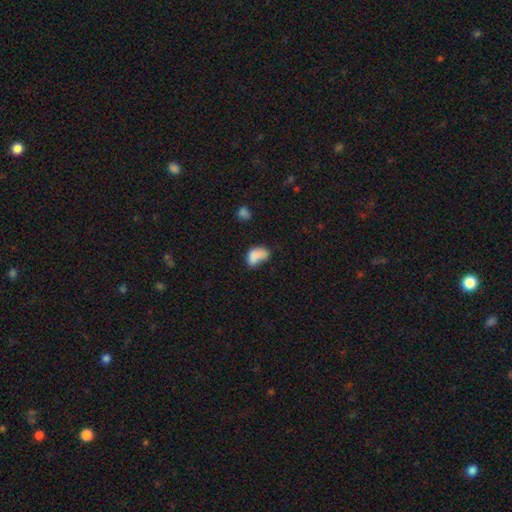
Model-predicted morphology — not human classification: A smooth galaxy with no disk features (79%) that is in between round and cigar-shaped (86%).

Vote fractions:
- Smooth or featured? smooth: 79% / featured or disk: 11% / star or artifact: 10%
- How rounded? in between: 86% / round: 13% / cigar-shaped: 2%
- Merging? none: 34% / minor disturbance: 33% / major disturbance: 21% / merger: 12%